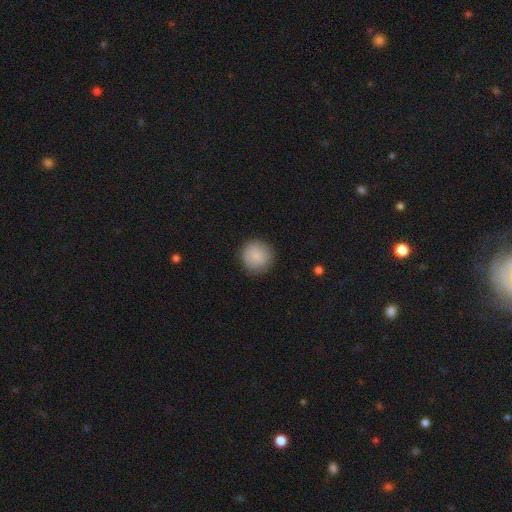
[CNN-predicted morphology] Overall: smooth (87%). How rounded: round (94%). Merging: none (87%).